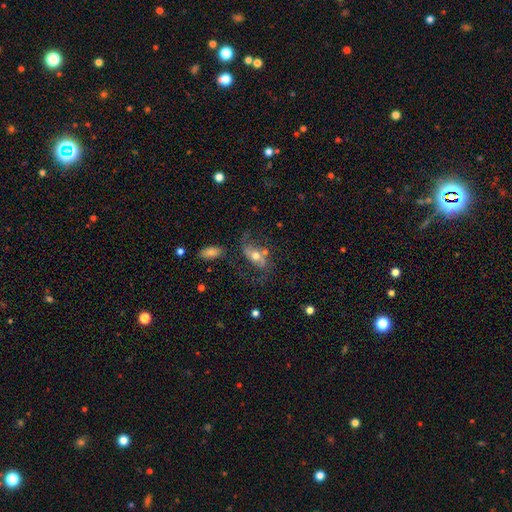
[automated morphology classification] Smooth or featured? Predicted: featured or disk (p=0.62). Edge-on disk? Predicted: no (p=0.90). Bar? Predicted: no (p=0.52). Spiral arms? Predicted: yes (p=0.76). Bulge size? Predicted: moderate (p=0.66). Merging? Predicted: none (p=0.51).